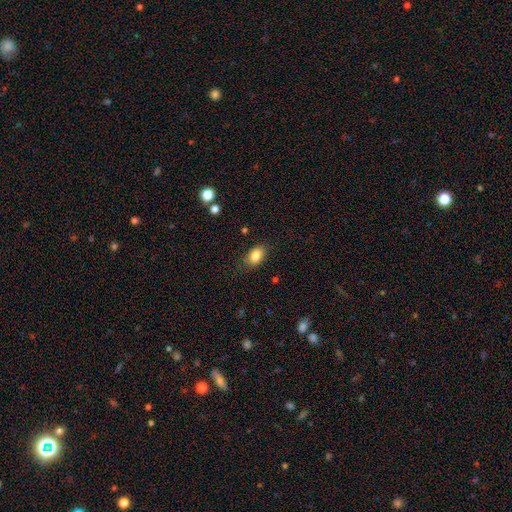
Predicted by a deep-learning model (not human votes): A smooth galaxy with no disk features (84%) that is in between round and cigar-shaped (86%).

Vote fractions:
- Smooth or featured? smooth: 84% / star or artifact: 8% / featured or disk: 7%
- How rounded? in between: 86% / round: 12% / cigar-shaped: 2%
- Merging? none: 79% / minor disturbance: 16% / major disturbance: 4% / merger: 1%